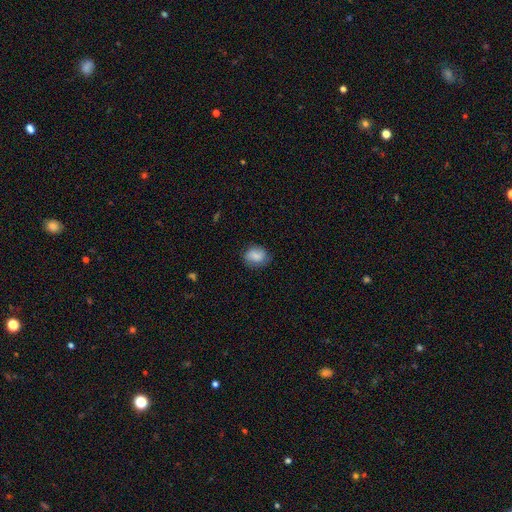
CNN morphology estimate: Smooth or featured? smooth (82%)
How rounded? in between (56%)
Merging? none (78%)